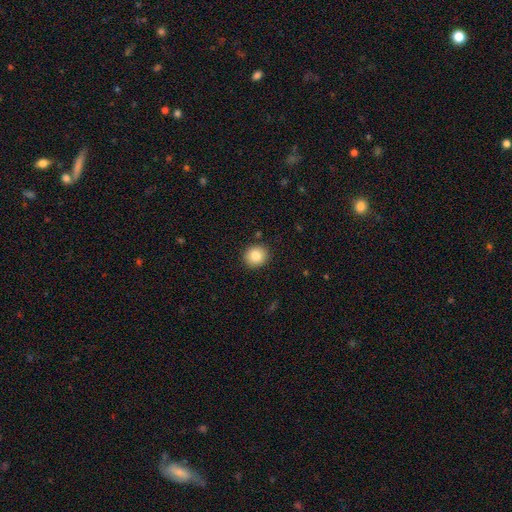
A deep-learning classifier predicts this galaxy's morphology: Smooth or featured?
  - smooth: 84% *
  - star or artifact: 9%
  - featured or disk: 7%
How rounded?
  - round: 87% *
  - in between: 12%
  - cigar-shaped: 1%
Merging?
  - none: 91% *
  - minor disturbance: 6%
  - major disturbance: 2%
  - merger: 1%